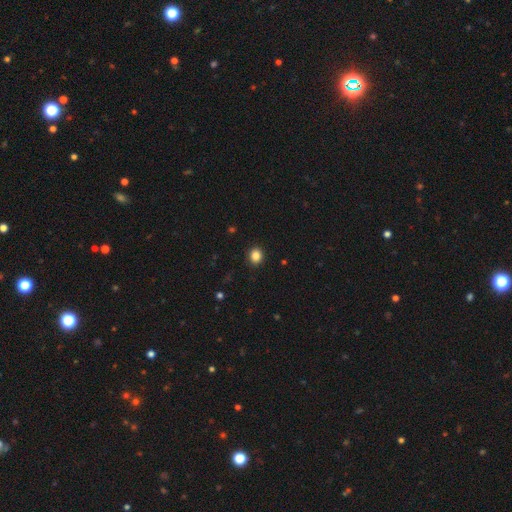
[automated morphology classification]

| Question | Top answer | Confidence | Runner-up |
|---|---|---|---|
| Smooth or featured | smooth | 85% | star or artifact (11%) |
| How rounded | round | 73% | in between (26%) |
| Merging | none | 92% | minor disturbance (6%) |